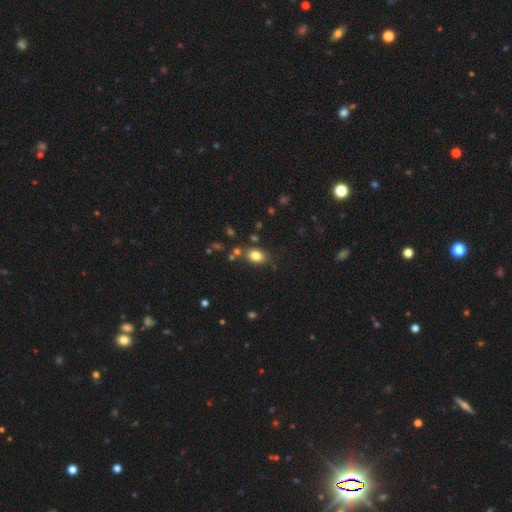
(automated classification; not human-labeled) This appears to be a smooth galaxy with no disk features (81%) that is in between round and cigar-shaped (72%). Merging: none (77%).